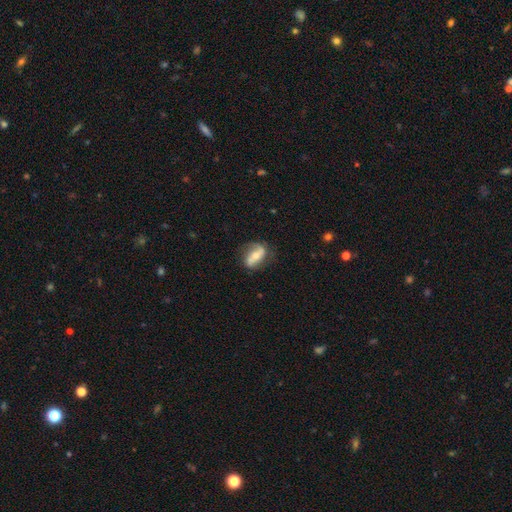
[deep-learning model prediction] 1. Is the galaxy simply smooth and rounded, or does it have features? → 68% featured or disk, 26% smooth, 7% star or artifact.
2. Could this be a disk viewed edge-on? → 90% no, 10% yes.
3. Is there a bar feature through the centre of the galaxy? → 43% strong, 31% no, 26% weak.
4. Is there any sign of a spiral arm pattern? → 82% yes, 18% no.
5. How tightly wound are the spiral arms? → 56% loose, 28% medium, 16% tight.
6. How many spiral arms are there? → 85% 2, 7% can't tell, 6% 1, 1% 3, 1% 4, 1% more than 4.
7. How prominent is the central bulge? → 58% moderate, 35% small, 3% large, 2% none, 1% dominant.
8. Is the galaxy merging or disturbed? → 71% none, 20% minor disturbance, 7% major disturbance, 2% merger.